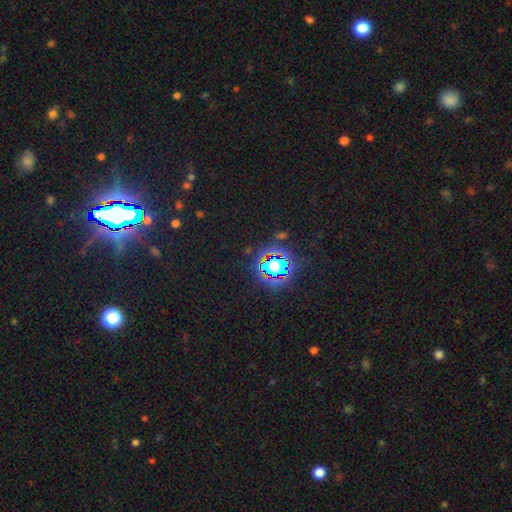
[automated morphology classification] Smooth or featured?
  - star or artifact: 83% *
  - smooth: 10%
  - featured or disk: 7%